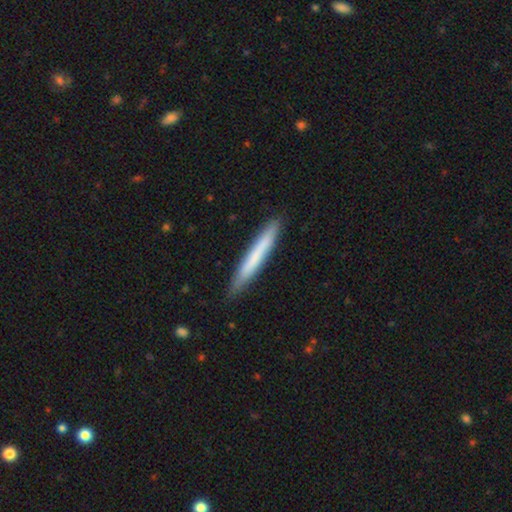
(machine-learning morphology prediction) Smooth or featured? Predicted: smooth (p=0.67). How rounded? Predicted: cigar-shaped (p=0.96). Merging? Predicted: none (p=0.87).